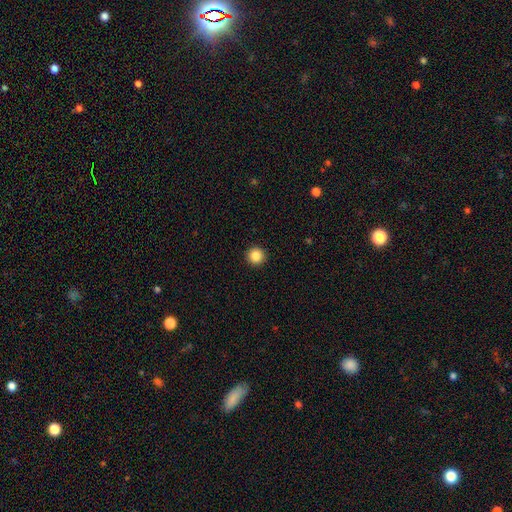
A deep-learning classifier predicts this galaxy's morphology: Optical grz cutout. It shows a smooth galaxy with no disk features (87%) that is round (96%). Merging: none (93%).